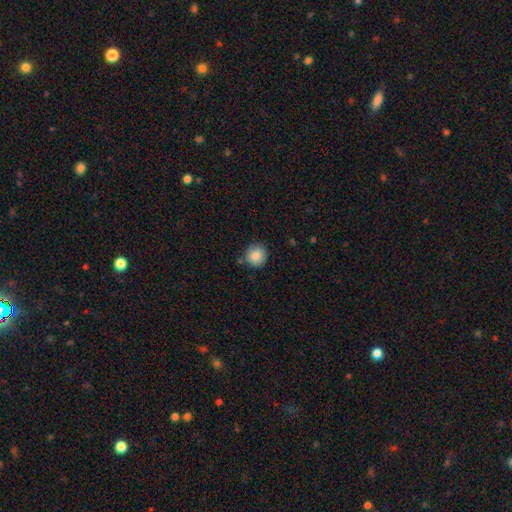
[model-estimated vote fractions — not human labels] Q: Smooth or featured?
A: smooth (87%); runner-up: star or artifact (8%)
Q: How rounded?
A: round (90%); runner-up: in between (9%)
Q: Merging?
A: none (81%); runner-up: minor disturbance (13%)